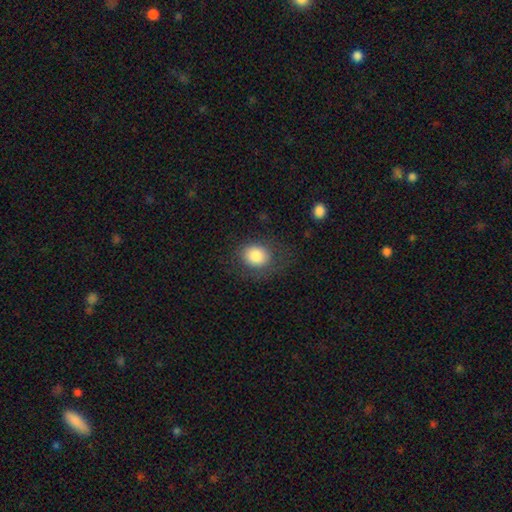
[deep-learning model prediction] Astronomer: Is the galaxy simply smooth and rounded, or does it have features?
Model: smooth — 82%.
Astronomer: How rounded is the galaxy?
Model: round — 60% (runner-up: in between, 39%).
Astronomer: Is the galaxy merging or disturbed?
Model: none — 74%.